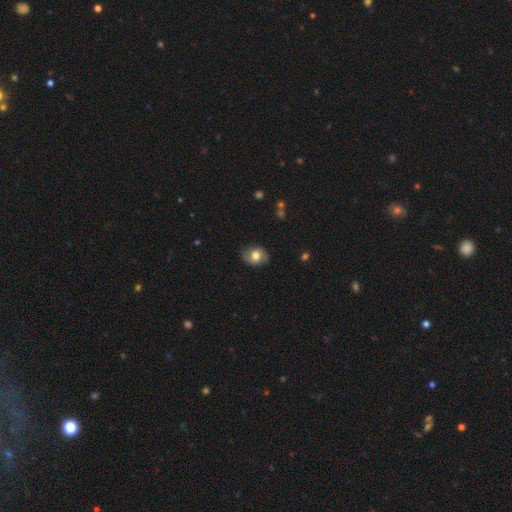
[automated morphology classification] A smooth galaxy with no disk features (66%) that is in between round and cigar-shaped (58%). Merging: none (80%).